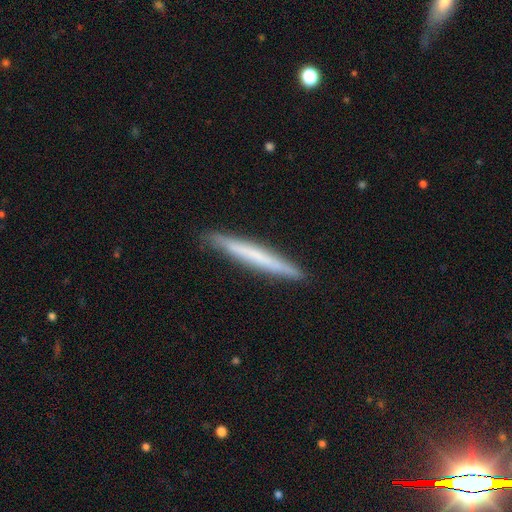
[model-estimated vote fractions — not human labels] smooth 55%, featured or disk 39%, star or artifact 6%. Down the decision tree: how rounded — cigar-shaped (97%); merging — none (90%).